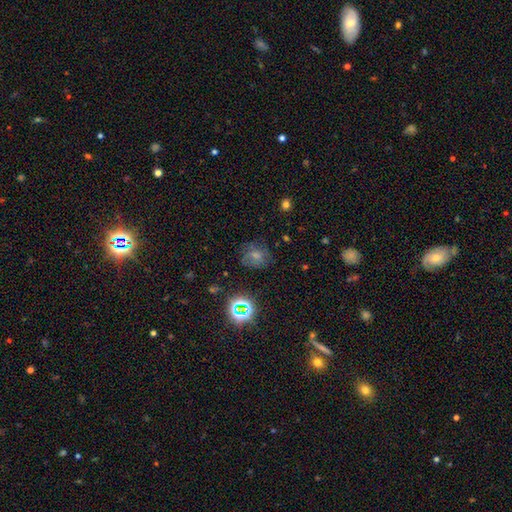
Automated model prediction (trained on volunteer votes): Q: Smooth or featured?
A: smooth (54%); runner-up: star or artifact (25%)
Q: How rounded?
A: round (66%); runner-up: in between (33%)
Q: Merging?
A: none (61%); runner-up: minor disturbance (23%)